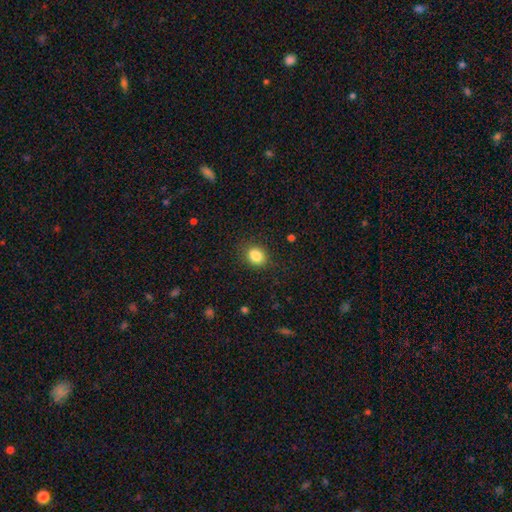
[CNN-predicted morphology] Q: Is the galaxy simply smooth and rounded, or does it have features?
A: smooth — 85%.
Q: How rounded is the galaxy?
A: round — 51%.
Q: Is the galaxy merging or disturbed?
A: none — 84%.